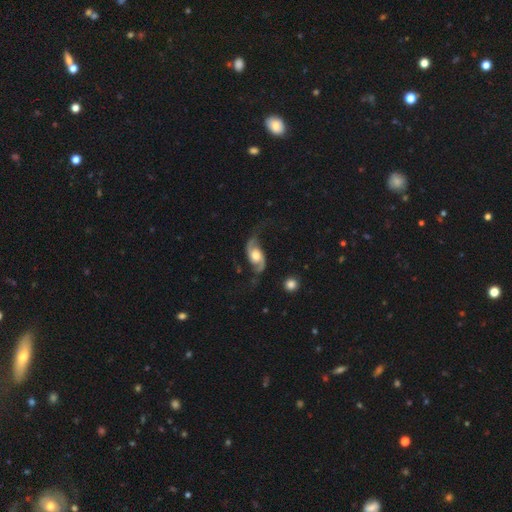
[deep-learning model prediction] smooth_or_featured: featured or disk (p=0.86) [alt: smooth p=0.09]
disk_edge_on: no (p=0.96) [alt: yes p=0.04]
bar: no (p=0.65) [alt: weak p=0.27]
has_spiral_arms: yes (p=0.96) [alt: no p=0.04]
spiral_winding: loose (p=0.58) [alt: medium p=0.33]
spiral_arm_count: 2 (p=0.94) [alt: can't tell p=0.02]
bulge_size: moderate (p=0.57) [alt: large p=0.31]
merging: none (p=0.64) [alt: minor disturbance p=0.20]